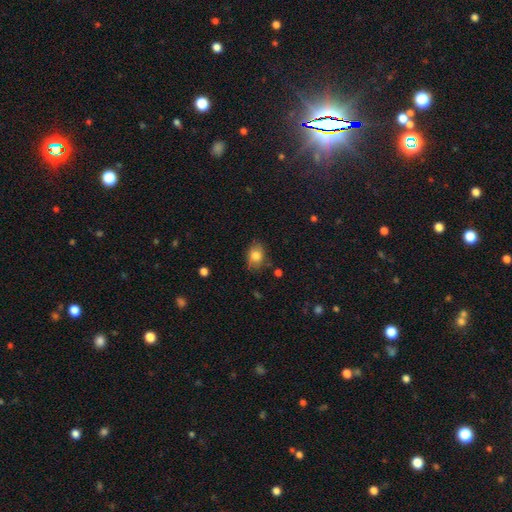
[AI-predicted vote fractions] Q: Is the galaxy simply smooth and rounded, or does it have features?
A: smooth — 79%.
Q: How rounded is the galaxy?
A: in between — 63%.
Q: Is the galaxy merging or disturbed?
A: none — 71%.